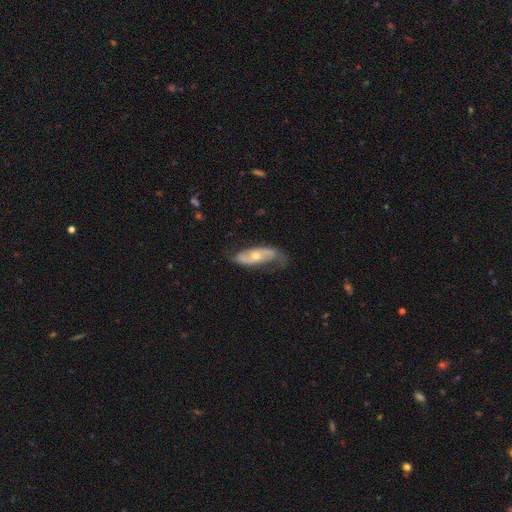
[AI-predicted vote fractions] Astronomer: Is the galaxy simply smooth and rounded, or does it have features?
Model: featured or disk — 70%.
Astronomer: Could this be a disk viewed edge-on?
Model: no — 84%.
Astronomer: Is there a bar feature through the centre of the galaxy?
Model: no — 67%.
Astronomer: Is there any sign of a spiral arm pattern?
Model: yes — 83%.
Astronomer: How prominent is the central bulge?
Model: moderate — 55% (runner-up: small, 40%).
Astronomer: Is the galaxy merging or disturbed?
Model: none — 55%.